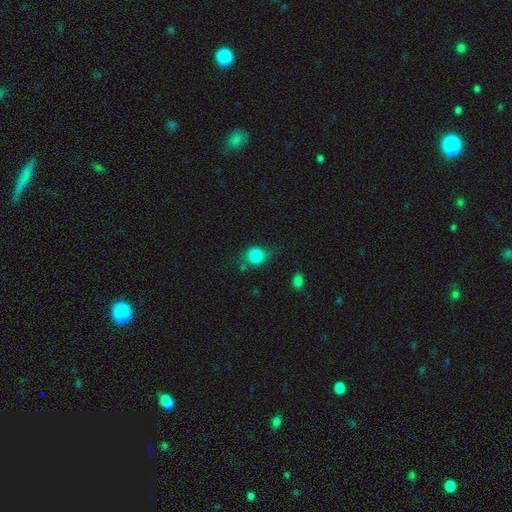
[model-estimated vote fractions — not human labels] Morphology: type=smooth (81%); roundness=round (71%); merging=none (61%).